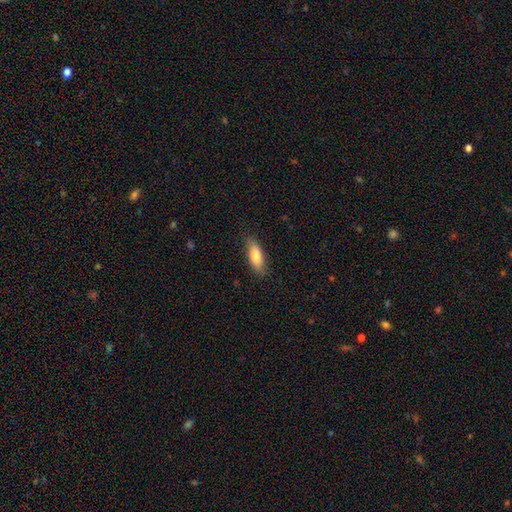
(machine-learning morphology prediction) Q: Smooth or featured?
A: smooth (80%); runner-up: featured or disk (14%)
Q: How rounded?
A: in between (67%); runner-up: cigar-shaped (31%)
Q: Merging?
A: none (83%); runner-up: minor disturbance (14%)